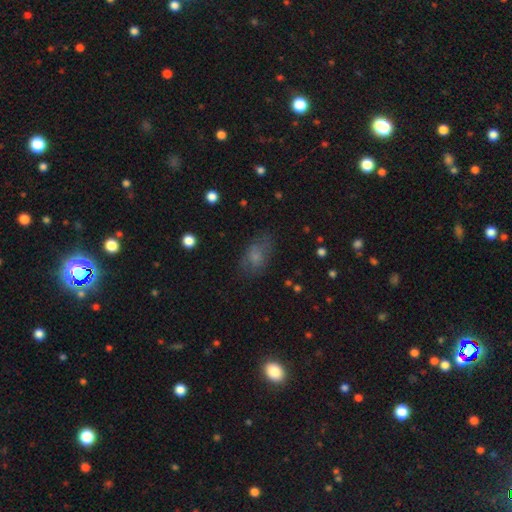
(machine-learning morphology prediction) A smooth galaxy with no disk features (67%) that is in between round and cigar-shaped (86%). Merging: none (66%).